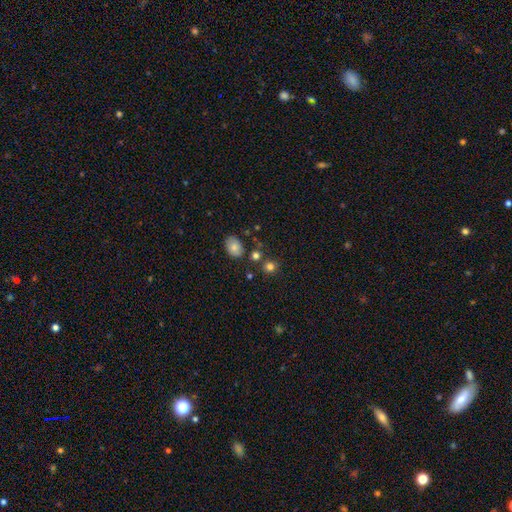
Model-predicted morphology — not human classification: type=smooth (76%); roundness=round (66%); merging=none (72%).